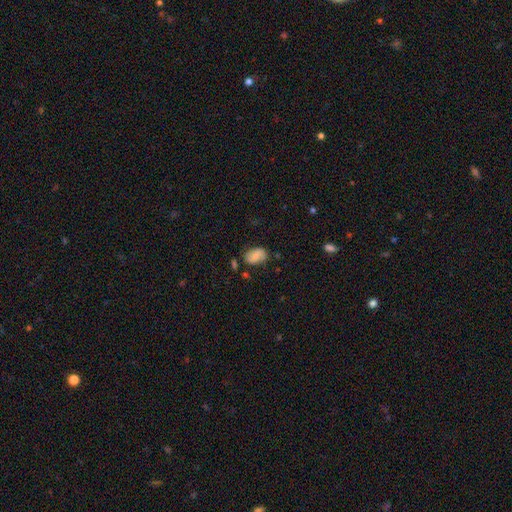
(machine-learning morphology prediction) This appears to be a smooth galaxy with no disk features (69%) that is in between round and cigar-shaped (85%). Merging: none (67%).